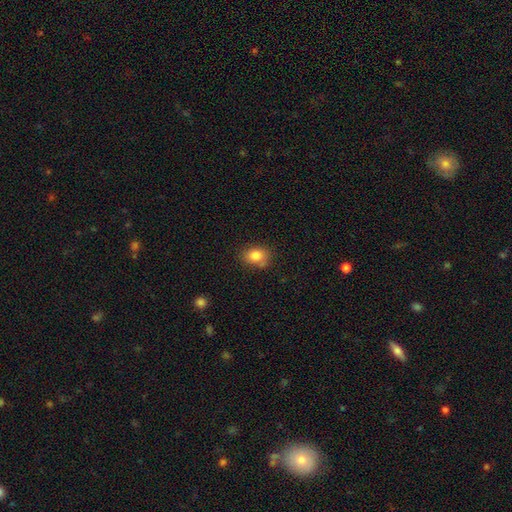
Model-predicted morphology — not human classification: smooth 83%, star or artifact 10%, featured or disk 7%. Down the decision tree: how rounded — in between (56%); merging — none (72%).